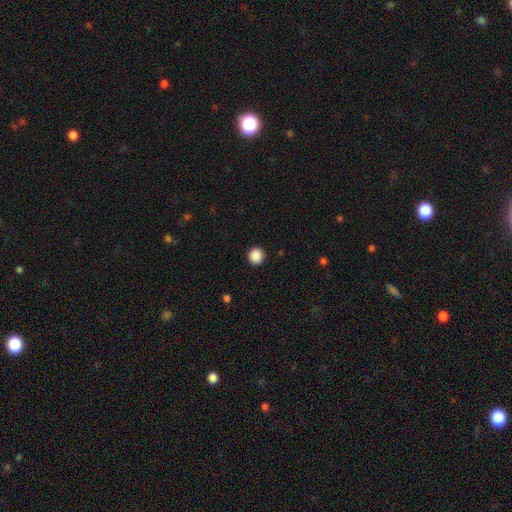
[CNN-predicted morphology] Smooth or featured? Predicted: smooth (p=0.89). How rounded? Predicted: round (p=0.93). Merging? Predicted: none (p=0.92).